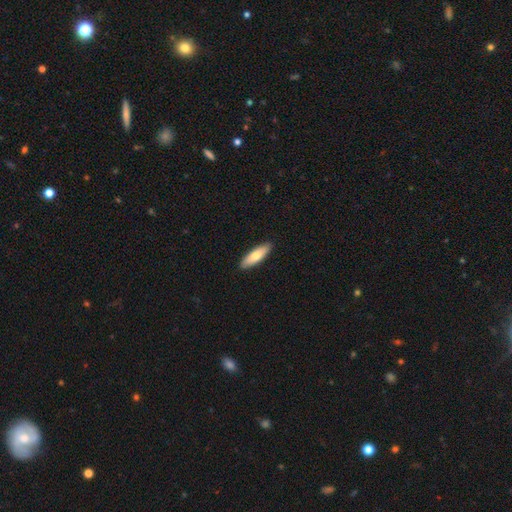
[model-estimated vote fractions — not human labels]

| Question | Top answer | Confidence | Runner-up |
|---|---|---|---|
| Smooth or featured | smooth | 72% | featured or disk (23%) |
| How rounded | cigar-shaped | 53% | in between (45%) |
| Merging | none | 91% | minor disturbance (7%) |